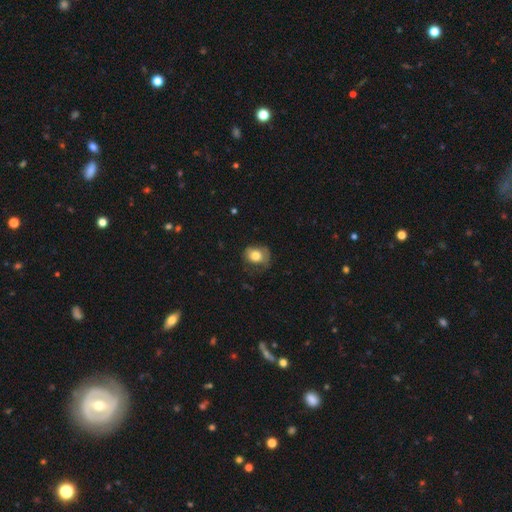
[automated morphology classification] A smooth galaxy with no disk features (76%) that is round (58%). Merging: none (53%).